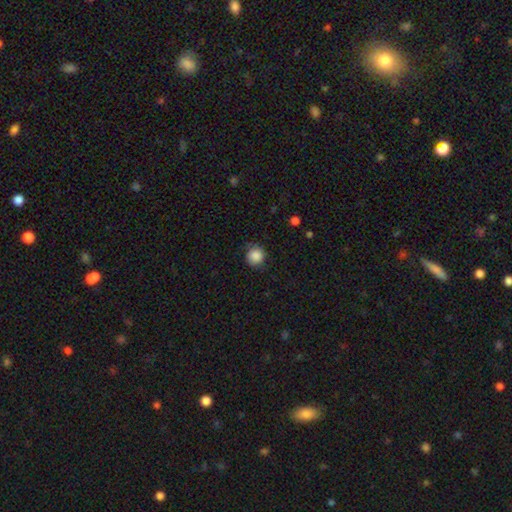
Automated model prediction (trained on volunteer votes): Smooth or featured? Predicted: smooth (p=0.87). How rounded? Predicted: round (p=0.91). Merging? Predicted: none (p=0.77).